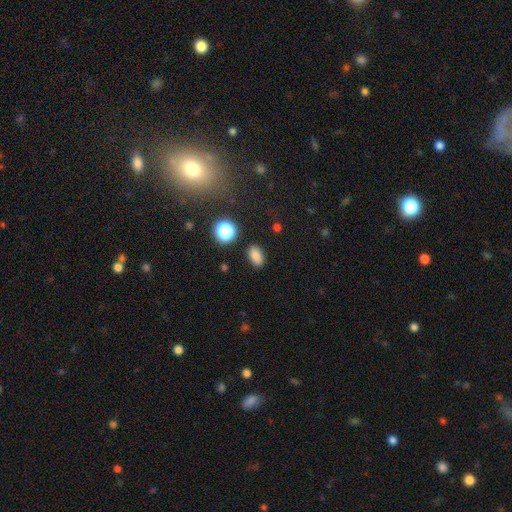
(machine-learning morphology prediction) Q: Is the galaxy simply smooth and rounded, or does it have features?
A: smooth — 82%.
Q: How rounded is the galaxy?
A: in between — 87%.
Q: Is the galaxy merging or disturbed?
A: none — 86%.